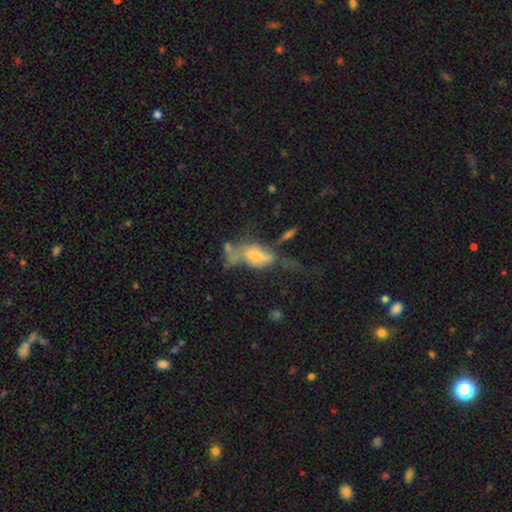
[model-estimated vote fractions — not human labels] This is possibly a smooth galaxy (49%). Merging: marginally major disturbance (36%).